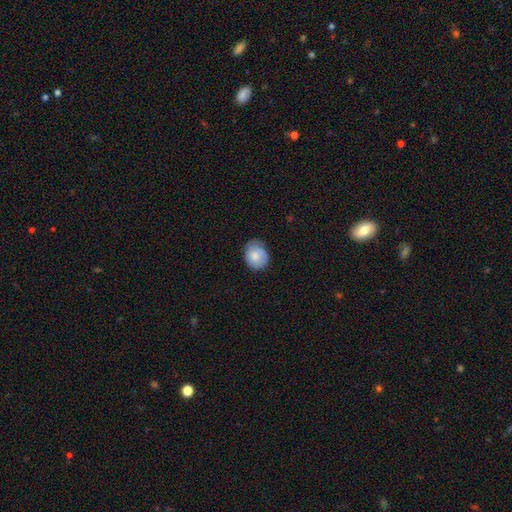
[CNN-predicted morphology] A smooth galaxy with no disk features (75%) that is round (60%).

Vote fractions:
- Smooth or featured? smooth: 75% / featured or disk: 18% / star or artifact: 7%
- How rounded? round: 60% / in between: 39% / cigar-shaped: 1%
- Merging? none: 66% / minor disturbance: 27% / major disturbance: 6% / merger: 1%